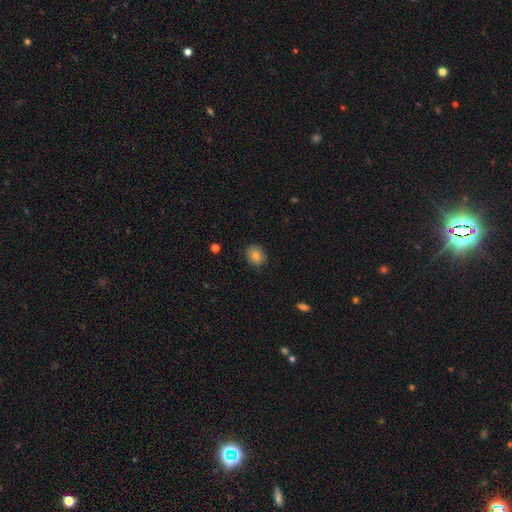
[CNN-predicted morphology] Smooth or featured? Predicted: smooth (p=0.77). How rounded? Predicted: round (p=0.65). Merging? Predicted: none (p=0.85).